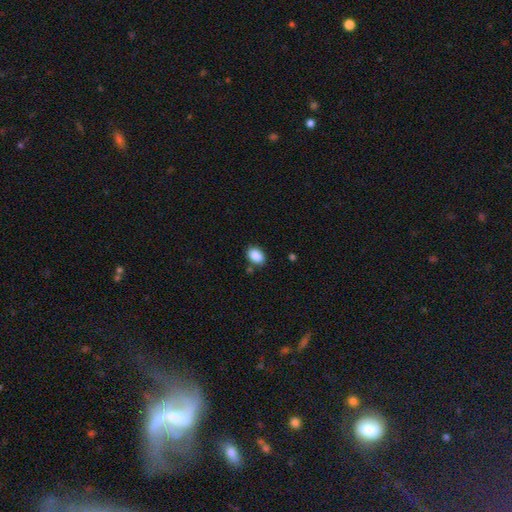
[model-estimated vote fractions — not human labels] Smooth or featured? smooth (89%)
How rounded? in between (78%)
Merging? none (82%)